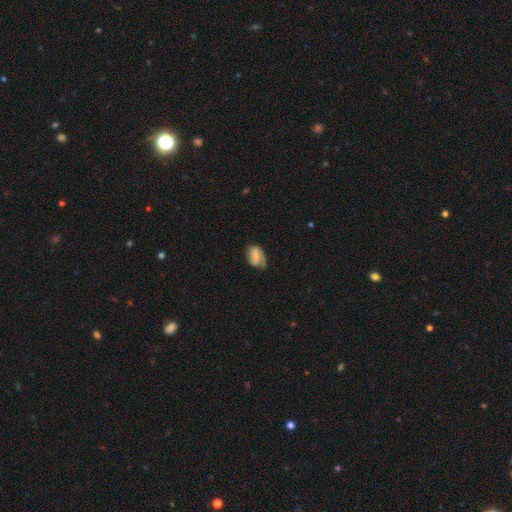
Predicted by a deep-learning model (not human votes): The model was most divided on "merging": none: 42%, minor disturbance: 35%, major disturbance: 20%, merger: 3%. More confident: how rounded — in between (83%); smooth or featured — smooth (52%).